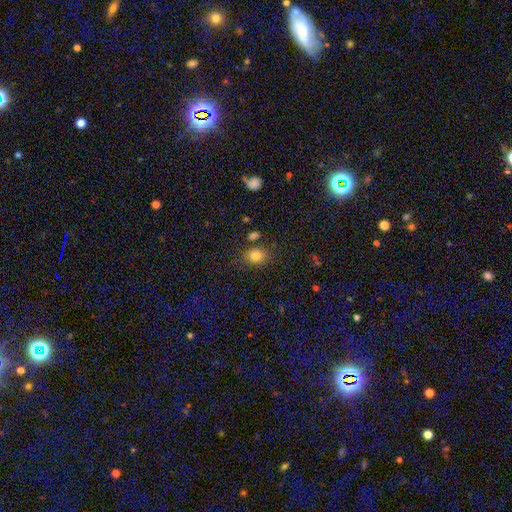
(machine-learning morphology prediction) Smooth or featured: smooth — 81% (star or artifact — 13%)
How rounded: round — 50% (in between — 49%)
Merging: none — 75% (minor disturbance — 14%)